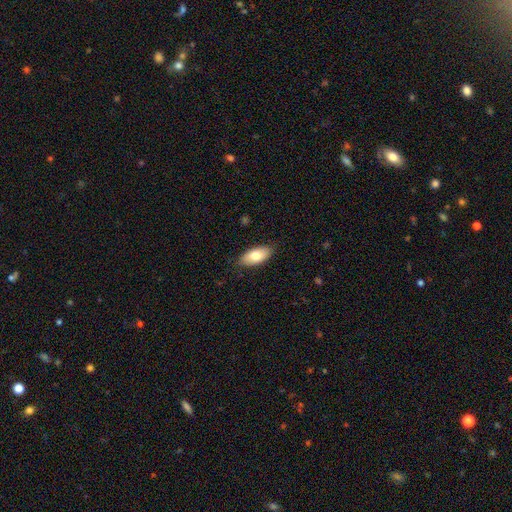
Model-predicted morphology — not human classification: smooth-or-featured: smooth: 78% | featured or disk: 15% | star or artifact: 6%
  how-rounded: in between: 91% | cigar-shaped: 7% | round: 2%
  merging: none: 85% | minor disturbance: 12% | major disturbance: 2% | merger: 1%